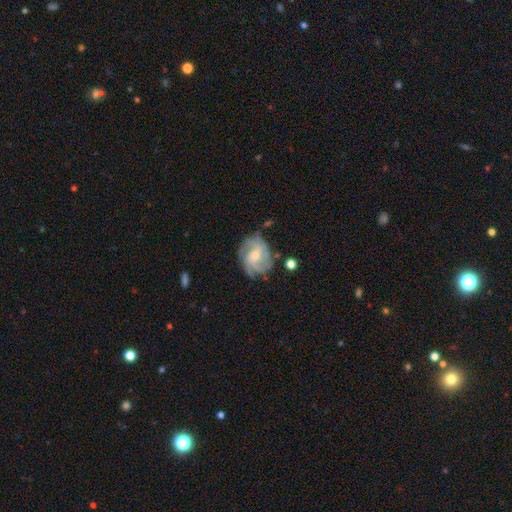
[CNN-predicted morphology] Smooth or featured?
  - featured or disk: 77% *
  - smooth: 16%
  - star or artifact: 8%
Edge-on disk?
  - no: 97% *
  - yes: 3%
Bar?
  - no: 49% *
  - weak: 44%
  - strong: 8%
Spiral arms?
  - yes: 91% *
  - no: 9%
Spiral winding?
  - tight: 46% *
  - medium: 39%
  - loose: 15%
Spiral arm count?
  - can't tell: 30% *
  - 3: 29%
  - 4: 18%
  - 2: 14%
  - more than 4: 5%
  - 1: 5%
Bulge size?
  - moderate: 48% *
  - small: 46%
  - none: 3%
  - large: 2%
  - dominant: 1%
Merging?
  - none: 69% *
  - minor disturbance: 20%
  - major disturbance: 8%
  - merger: 3%